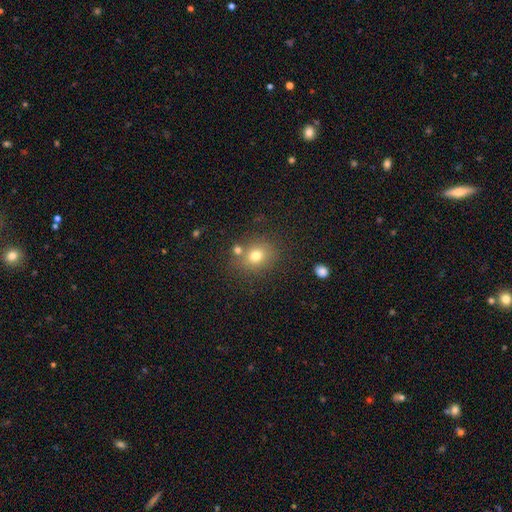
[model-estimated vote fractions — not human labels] Morphology: type=smooth (75%); roundness=round (68%); merging=none (70%).